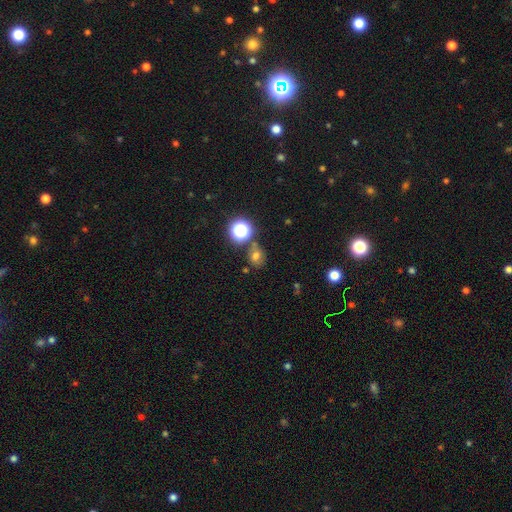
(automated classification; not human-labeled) This appears to be a smooth galaxy with no disk features (63%) that is round (64%). Merging: none (63%).